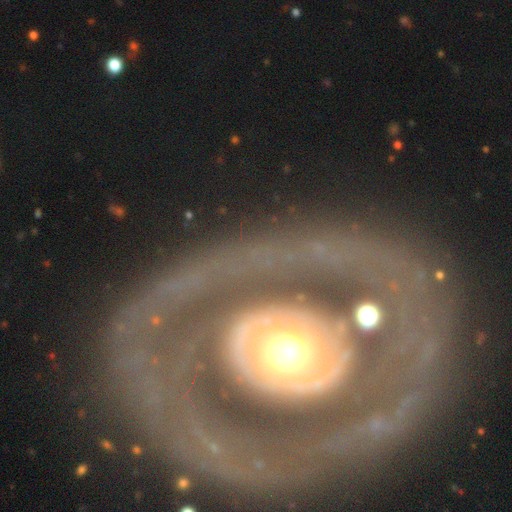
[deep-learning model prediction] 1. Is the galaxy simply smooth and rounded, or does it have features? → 75% featured or disk, 17% smooth, 8% star or artifact.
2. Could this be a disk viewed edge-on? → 91% no, 9% yes.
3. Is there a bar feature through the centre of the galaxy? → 78% no, 12% weak, 10% strong.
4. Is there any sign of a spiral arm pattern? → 52% yes, 48% no.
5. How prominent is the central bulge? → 59% moderate, 29% large, 6% small, 5% dominant, 1% none.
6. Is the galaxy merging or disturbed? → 62% none, 20% major disturbance, 13% minor disturbance, 5% merger.